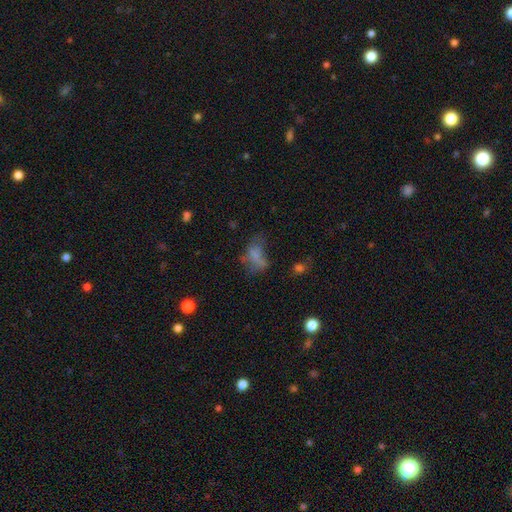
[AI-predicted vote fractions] A smooth galaxy with no disk features (58%) that is in between round and cigar-shaped (82%).

Vote fractions:
- Smooth or featured? smooth: 58% / featured or disk: 25% / star or artifact: 17%
- How rounded? in between: 82% / round: 14% / cigar-shaped: 4%
- Merging? major disturbance: 37% / none: 30% / minor disturbance: 22% / merger: 10%